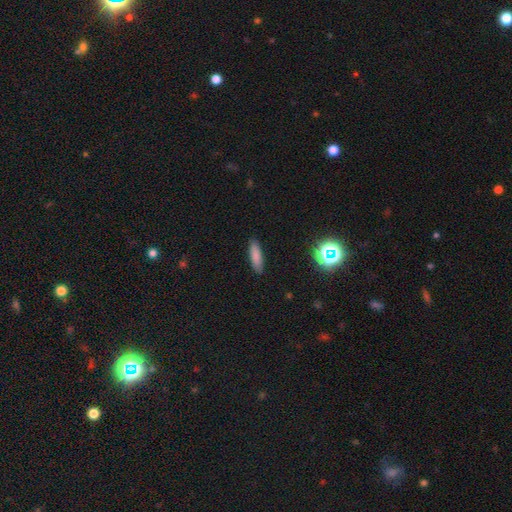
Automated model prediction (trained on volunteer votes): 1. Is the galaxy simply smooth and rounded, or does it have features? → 82% smooth, 10% star or artifact, 8% featured or disk.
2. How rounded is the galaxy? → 65% cigar-shaped, 33% in between, 2% round.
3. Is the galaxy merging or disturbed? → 89% none, 8% minor disturbance, 2% major disturbance, 1% merger.